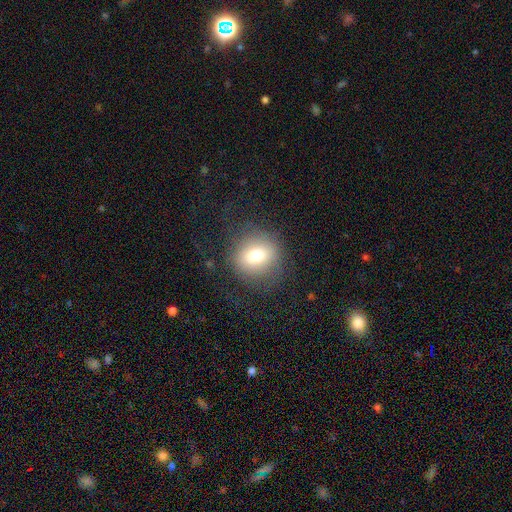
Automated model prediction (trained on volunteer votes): A smooth galaxy with no disk features (71%) that is round (80%). Merging: none (75%).